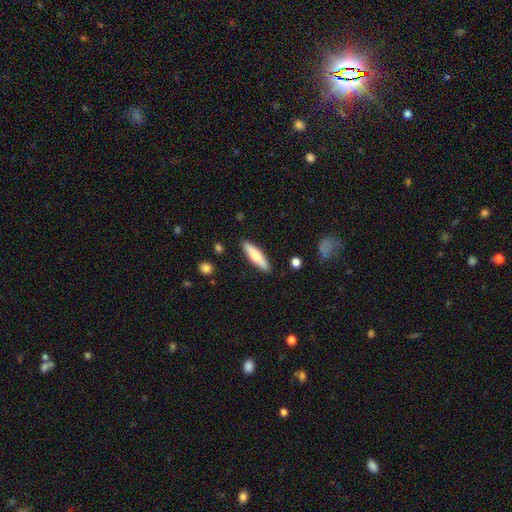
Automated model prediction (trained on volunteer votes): smooth_or_featured: smooth (p=0.65) [alt: featured or disk p=0.29]
how_rounded: cigar-shaped (p=0.72) [alt: in between p=0.26]
merging: none (p=0.88) [alt: minor disturbance p=0.09]